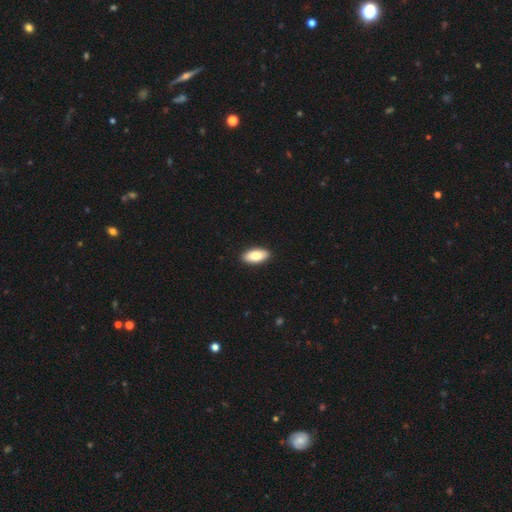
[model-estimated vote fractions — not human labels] smooth_or_featured: smooth (p=0.85) [alt: featured or disk p=0.09]
how_rounded: in between (p=0.89) [alt: cigar-shaped p=0.09]
merging: none (p=0.91) [alt: minor disturbance p=0.07]